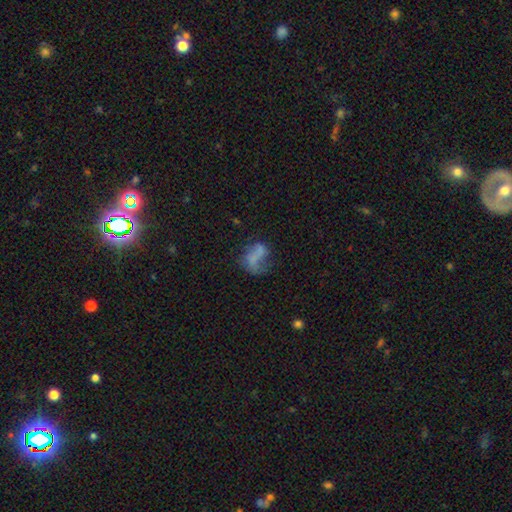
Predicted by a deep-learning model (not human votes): Smooth or featured? smooth (52%)
How rounded? in between (72%)
Merging? major disturbance (35%)